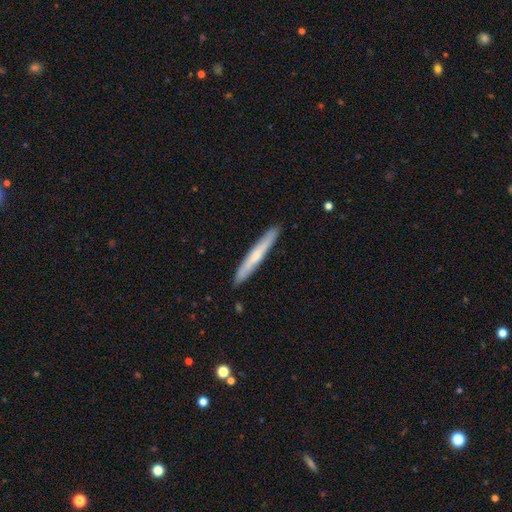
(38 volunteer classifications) This is possibly a smooth galaxy (47%, tied with featured or disk). How rounded: clearly cigar-shaped (94%). Merging: clearly none (81%).